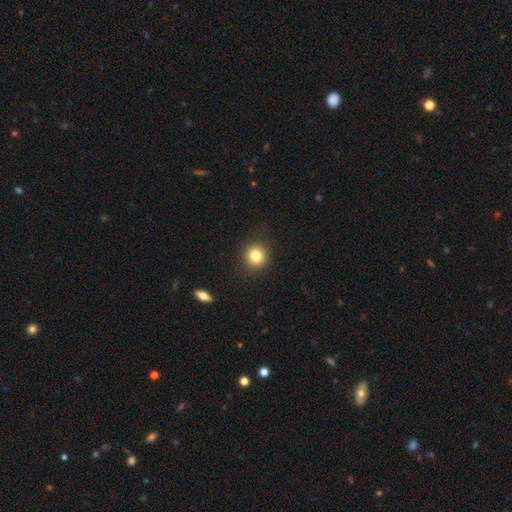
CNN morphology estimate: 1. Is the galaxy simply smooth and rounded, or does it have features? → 82% smooth, 11% star or artifact, 8% featured or disk.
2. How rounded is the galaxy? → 90% round, 9% in between, 1% cigar-shaped.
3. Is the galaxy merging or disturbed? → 90% none, 7% minor disturbance, 2% major disturbance, 1% merger.